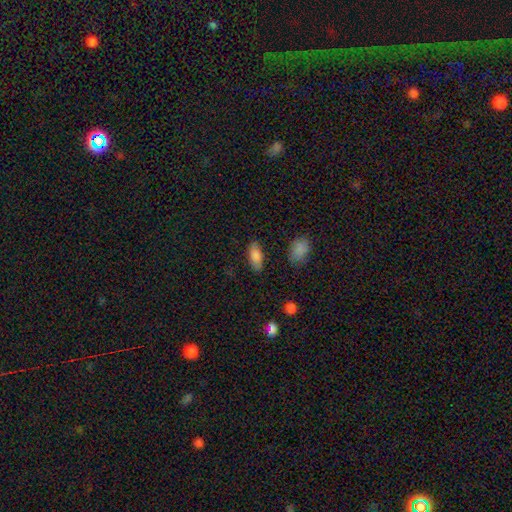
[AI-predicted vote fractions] Q: Smooth or featured?
A: smooth (83%); runner-up: featured or disk (9%)
Q: How rounded?
A: in between (82%); runner-up: cigar-shaped (15%)
Q: Merging?
A: none (83%); runner-up: minor disturbance (12%)